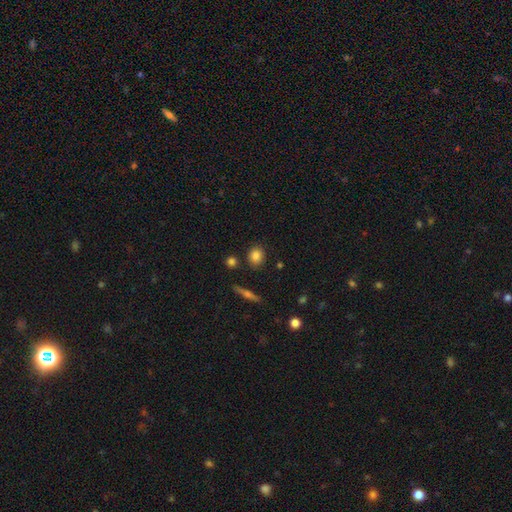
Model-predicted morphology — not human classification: Smooth or featured?
  - smooth: 83% *
  - star or artifact: 9%
  - featured or disk: 8%
How rounded?
  - round: 71% *
  - in between: 26%
  - cigar-shaped: 2%
Merging?
  - none: 85% *
  - minor disturbance: 9%
  - merger: 4%
  - major disturbance: 2%